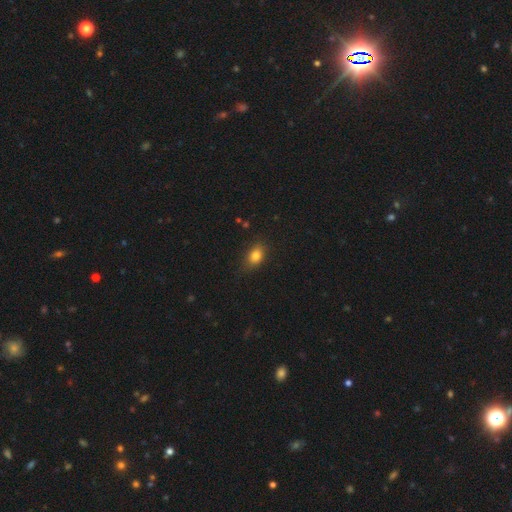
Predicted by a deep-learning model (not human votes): A smooth galaxy with no disk features (81%) that is in between round and cigar-shaped (72%). Merging: none (79%).